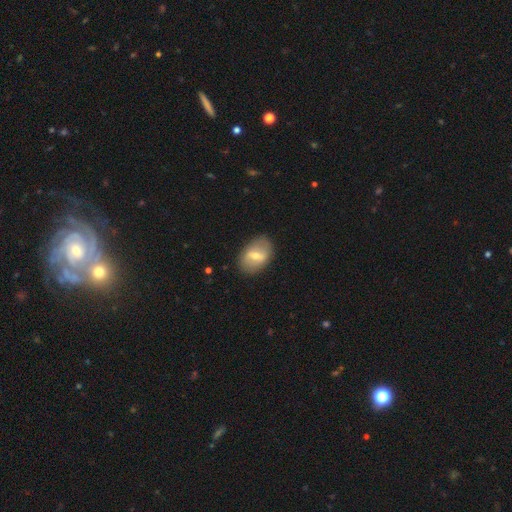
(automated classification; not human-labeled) smooth_or_featured: featured or disk (p=0.50) [alt: smooth p=0.43]
merging: none (p=0.84) [alt: minor disturbance p=0.11]